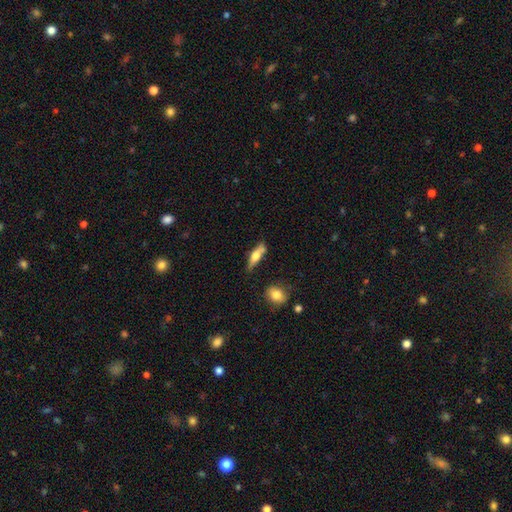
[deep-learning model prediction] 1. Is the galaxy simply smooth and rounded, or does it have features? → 53% smooth, 41% featured or disk, 6% star or artifact.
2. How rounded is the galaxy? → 62% cigar-shaped, 34% in between, 3% round.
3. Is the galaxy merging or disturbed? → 66% none, 19% minor disturbance, 10% merger, 5% major disturbance.